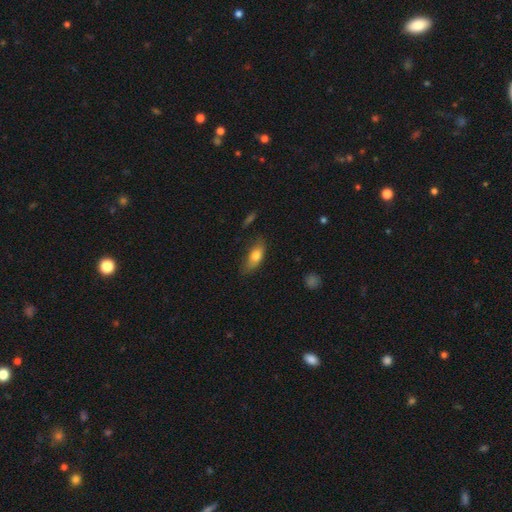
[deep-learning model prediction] The model was most divided on "merging": none: 67%, minor disturbance: 25%, major disturbance: 6%, merger: 2%. More confident: how rounded — in between (77%); smooth or featured — smooth (74%).